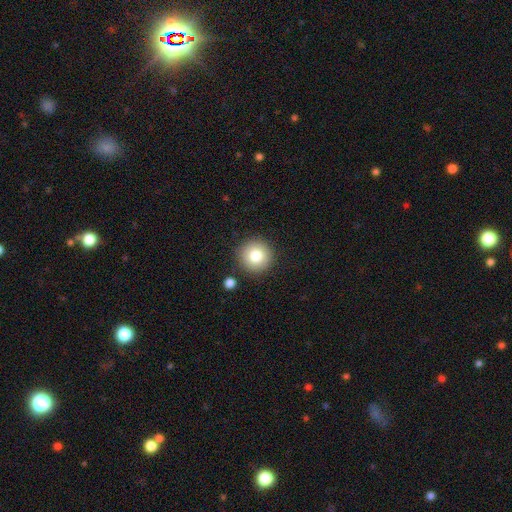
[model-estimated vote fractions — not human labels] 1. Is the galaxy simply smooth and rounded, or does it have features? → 81% smooth, 10% star or artifact, 9% featured or disk.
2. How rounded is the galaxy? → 95% round, 4% in between, 1% cigar-shaped.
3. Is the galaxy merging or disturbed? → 87% none, 7% minor disturbance, 4% merger, 2% major disturbance.